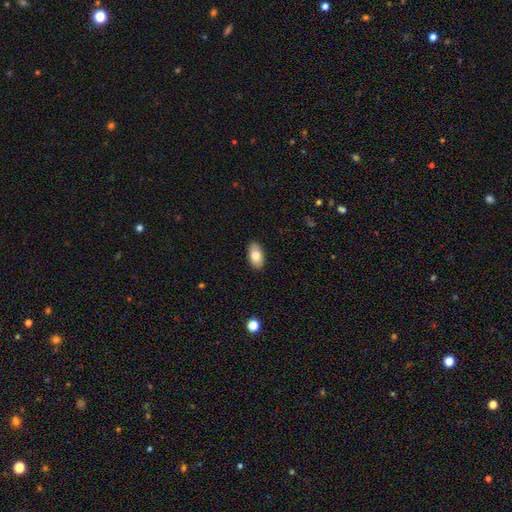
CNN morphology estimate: Smooth or featured? Predicted: smooth (p=0.78). How rounded? Predicted: in between (p=0.93). Merging? Predicted: none (p=0.89).